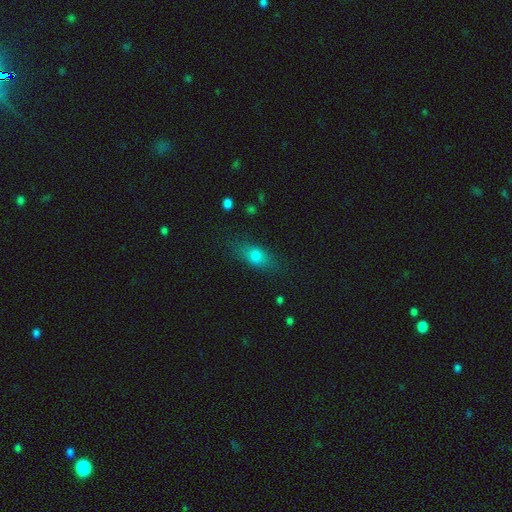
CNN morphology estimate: A smooth galaxy with no disk features (74%) that is in between round and cigar-shaped (71%). Merging: none (77%).